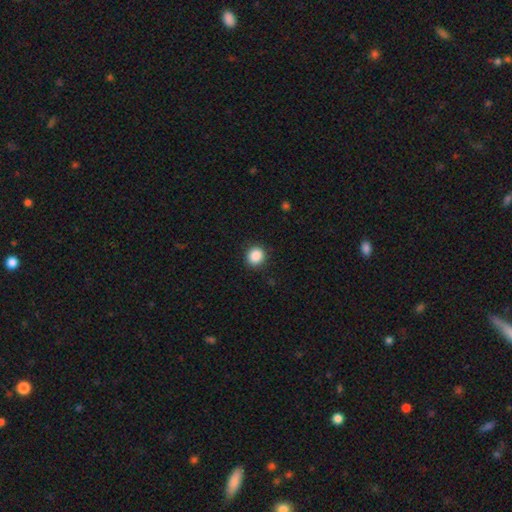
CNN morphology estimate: type=smooth (88%); roundness=round (84%); merging=none (90%).